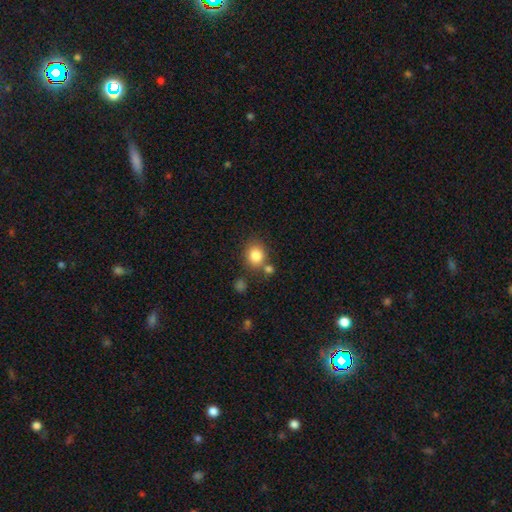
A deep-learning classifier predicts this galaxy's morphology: Smooth or featured: smooth — 83% (star or artifact — 10%)
How rounded: round — 69% (in between — 30%)
Merging: none — 68% (merger — 15%)